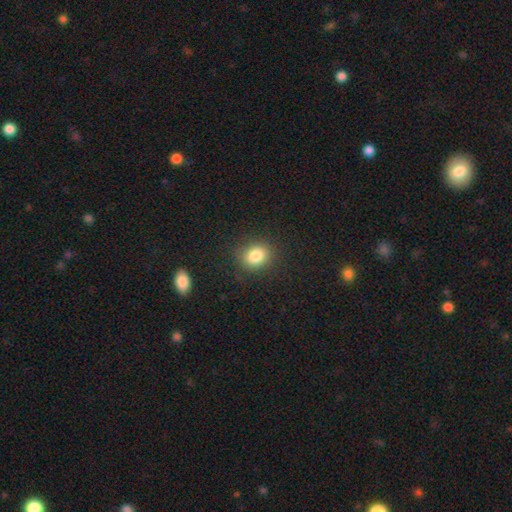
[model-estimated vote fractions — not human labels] Smooth or featured?
  - smooth: 83% *
  - star or artifact: 11%
  - featured or disk: 6%
How rounded?
  - round: 58% *
  - in between: 41%
  - cigar-shaped: 1%
Merging?
  - none: 86% *
  - minor disturbance: 10%
  - major disturbance: 3%
  - merger: 1%